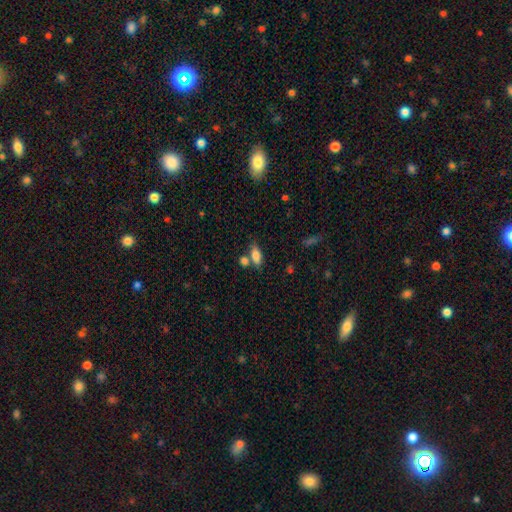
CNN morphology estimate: Overall: smooth (79%). How rounded: in between (80%). Merging: none (60%; merger 22%).